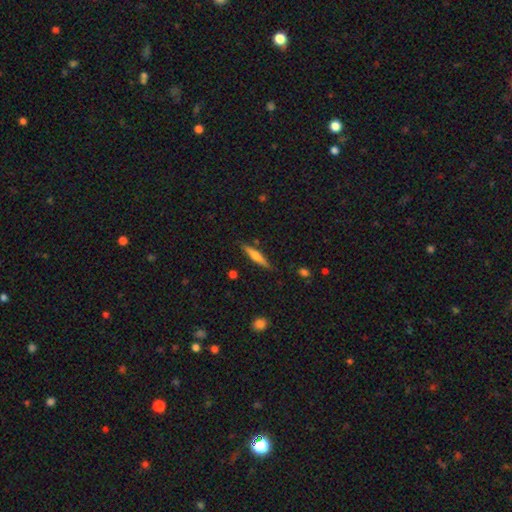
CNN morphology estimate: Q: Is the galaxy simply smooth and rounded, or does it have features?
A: featured or disk — 49%.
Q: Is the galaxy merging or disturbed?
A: none — 86%.